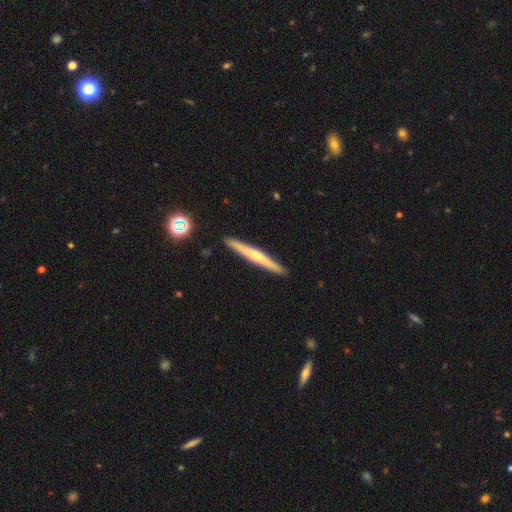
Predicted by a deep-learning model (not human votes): The model was most divided on "smooth or featured": featured or disk: 61%, smooth: 33%, star or artifact: 6%. More confident: edge-on disk — yes (97%); merging — none (92%); edge-on bulge — rounded (75%).